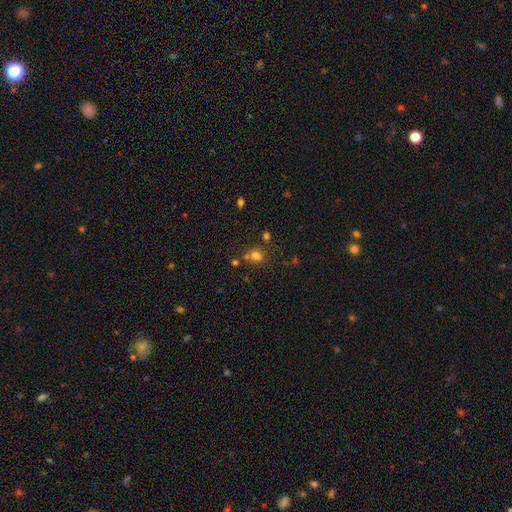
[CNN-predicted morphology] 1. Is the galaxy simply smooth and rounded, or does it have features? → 72% smooth, 20% star or artifact, 8% featured or disk.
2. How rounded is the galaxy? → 66% round, 33% in between, 1% cigar-shaped.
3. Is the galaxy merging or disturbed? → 62% none, 22% merger, 11% minor disturbance, 5% major disturbance.